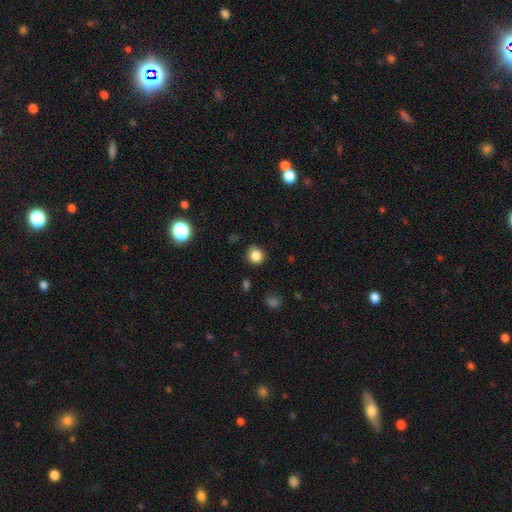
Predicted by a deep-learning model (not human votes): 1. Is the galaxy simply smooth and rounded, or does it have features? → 84% smooth, 12% star or artifact, 4% featured or disk.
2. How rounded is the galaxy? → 86% round, 13% in between, 1% cigar-shaped.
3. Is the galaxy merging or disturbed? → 85% none, 11% minor disturbance, 3% major disturbance, 2% merger.